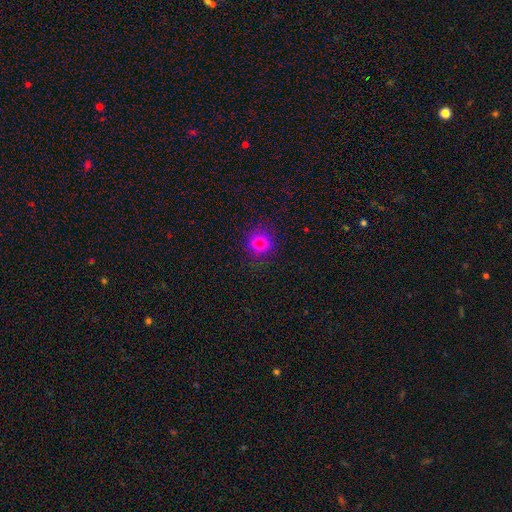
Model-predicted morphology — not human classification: smooth_or_featured: smooth (p=0.77) [alt: star or artifact p=0.14]
how_rounded: round (p=0.86) [alt: in between p=0.13]
merging: none (p=0.86) [alt: minor disturbance p=0.09]